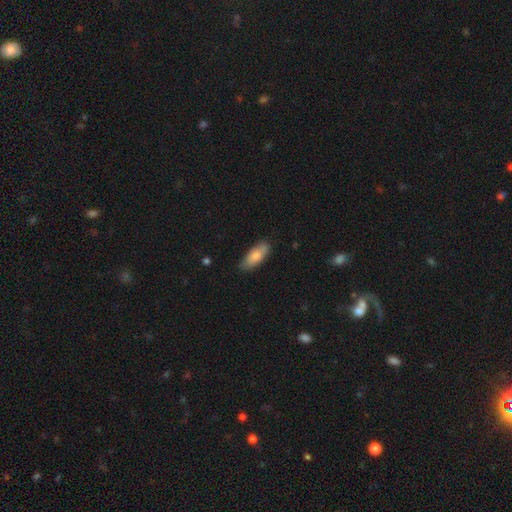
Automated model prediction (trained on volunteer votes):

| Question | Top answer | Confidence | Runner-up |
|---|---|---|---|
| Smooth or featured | smooth | 80% | featured or disk (14%) |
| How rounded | in between | 78% | cigar-shaped (20%) |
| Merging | none | 81% | minor disturbance (15%) |